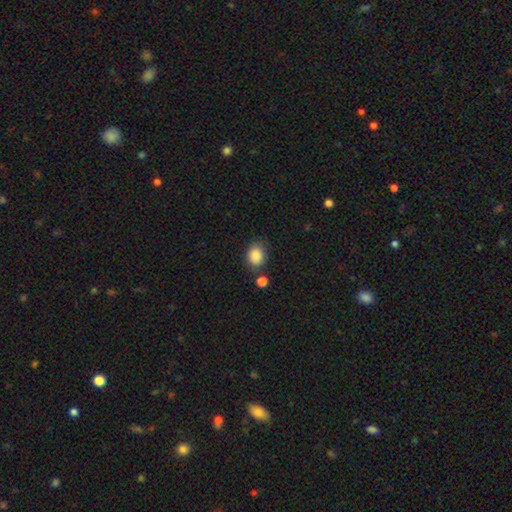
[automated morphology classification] This is clearly a smooth galaxy (86%). How rounded: possibly in between (54%). Merging: likely none (73%).